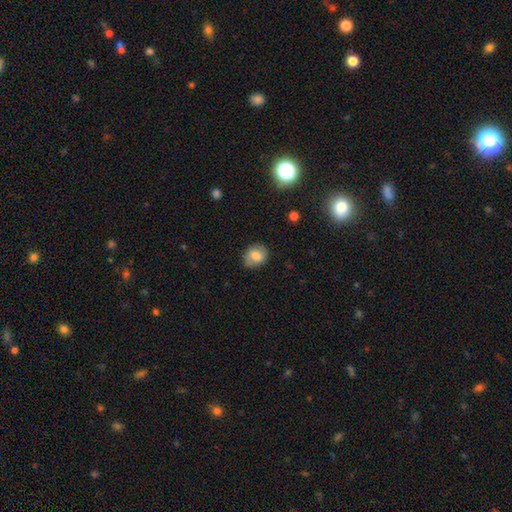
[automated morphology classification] smooth 73%, featured or disk 18%, star or artifact 9%. Down the decision tree: how rounded — round (57%); merging — none (74%).